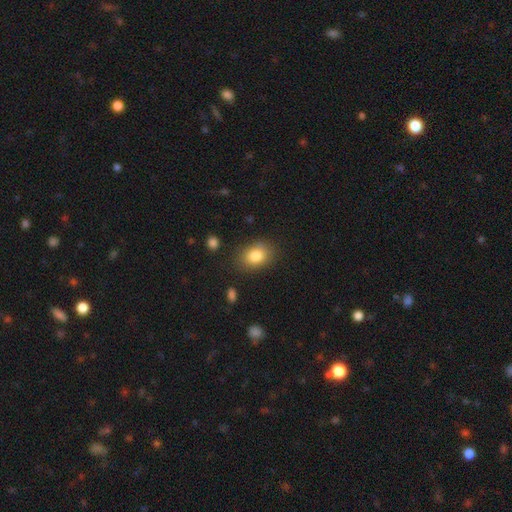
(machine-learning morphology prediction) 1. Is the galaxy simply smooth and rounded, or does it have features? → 84% smooth, 9% star or artifact, 8% featured or disk.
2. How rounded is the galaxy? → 70% in between, 29% round, 1% cigar-shaped.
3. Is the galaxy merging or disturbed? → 81% none, 13% minor disturbance, 4% major disturbance, 2% merger.